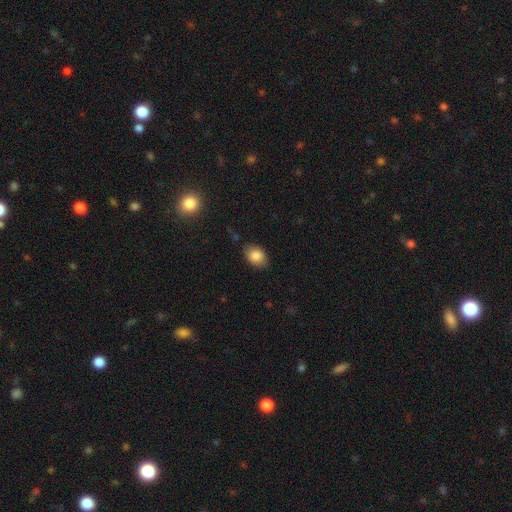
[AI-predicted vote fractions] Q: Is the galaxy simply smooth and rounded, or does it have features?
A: smooth — 85%.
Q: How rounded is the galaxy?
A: in between — 76%.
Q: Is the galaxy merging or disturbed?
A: none — 80%.